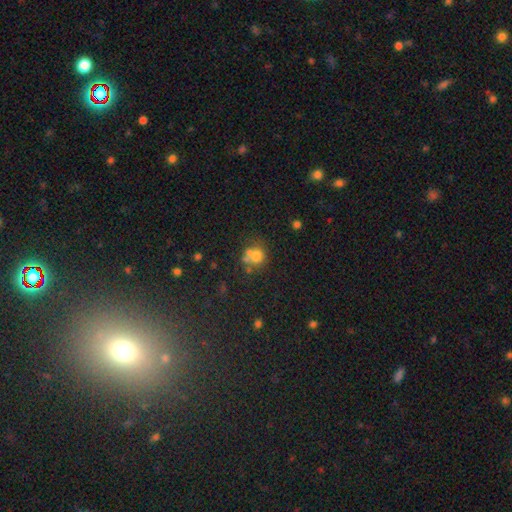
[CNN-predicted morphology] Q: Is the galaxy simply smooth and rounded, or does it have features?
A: smooth — 68%.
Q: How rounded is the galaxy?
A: round — 80%.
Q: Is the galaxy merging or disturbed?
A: none — 43%.